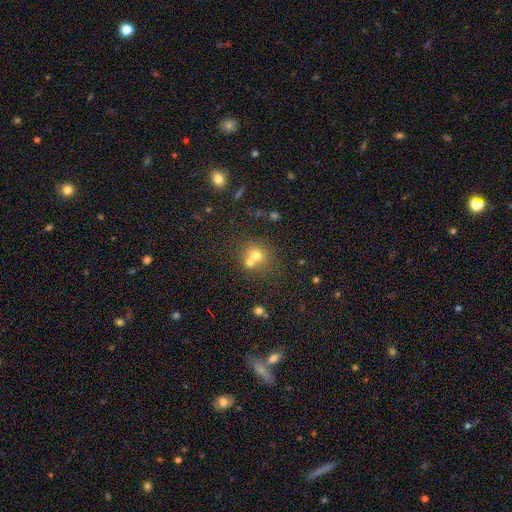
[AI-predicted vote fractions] The model was most divided on "merging": none: 50%, merger: 39%, minor disturbance: 8%, major disturbance: 3%. More confident: how rounded — round (85%); smooth or featured — smooth (68%).